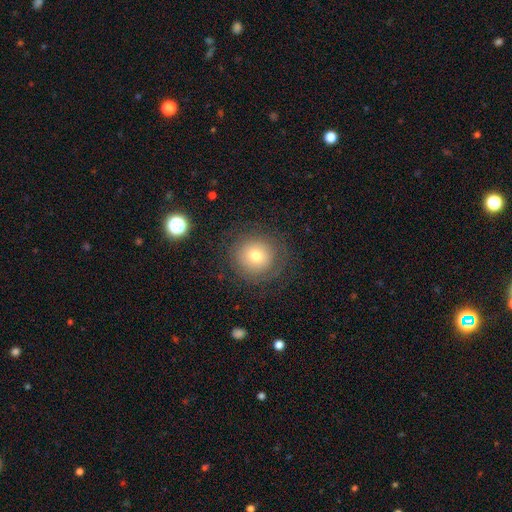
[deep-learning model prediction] This appears to be a smooth galaxy with no disk features (68%) that is round (92%). Merging: none (81%).